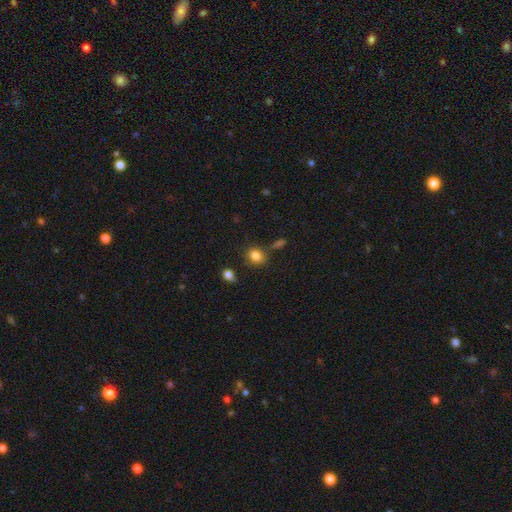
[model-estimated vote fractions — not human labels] Overall: smooth (84%). How rounded: round (62%; in between 36%). Merging: none (74%).